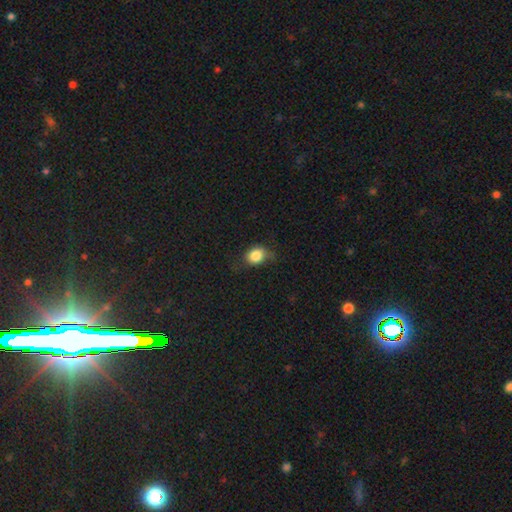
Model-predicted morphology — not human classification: Smooth or featured? smooth (83%)
How rounded? round (51%)
Merging? none (61%)